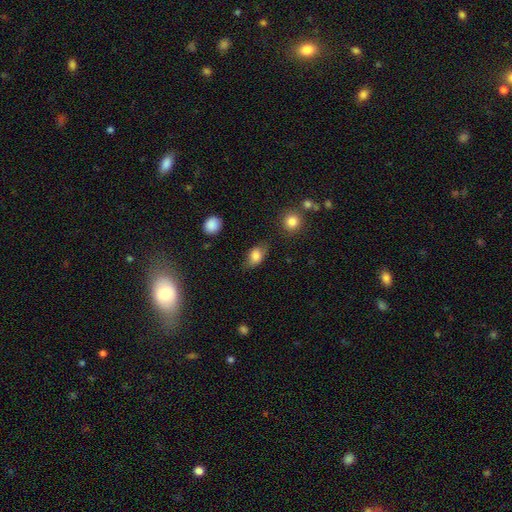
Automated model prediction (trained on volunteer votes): Smooth or featured? Predicted: smooth (p=0.78). How rounded? Predicted: in between (p=0.83). Merging? Predicted: none (p=0.68).